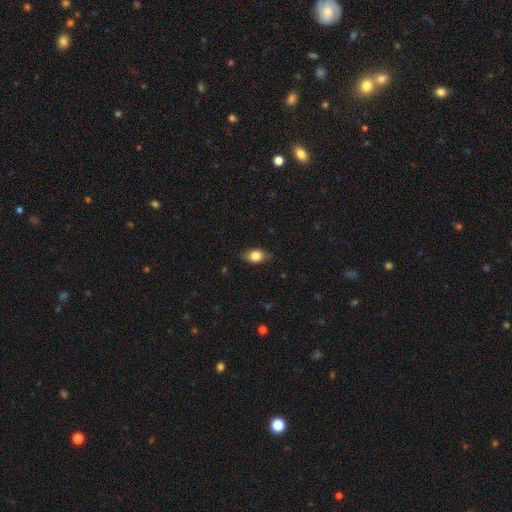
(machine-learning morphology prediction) Smooth or featured?
  - smooth: 83% *
  - featured or disk: 10%
  - star or artifact: 7%
How rounded?
  - in between: 86% *
  - round: 12%
  - cigar-shaped: 3%
Merging?
  - none: 82% *
  - minor disturbance: 14%
  - major disturbance: 3%
  - merger: 1%